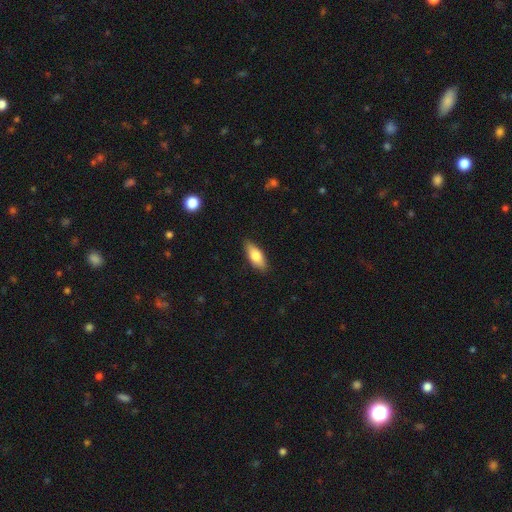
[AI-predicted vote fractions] smooth-or-featured: smooth: 72% | featured or disk: 21% | star or artifact: 6%
  how-rounded: in between: 74% | cigar-shaped: 24% | round: 3%
  merging: none: 85% | minor disturbance: 12% | major disturbance: 2% | merger: 1%